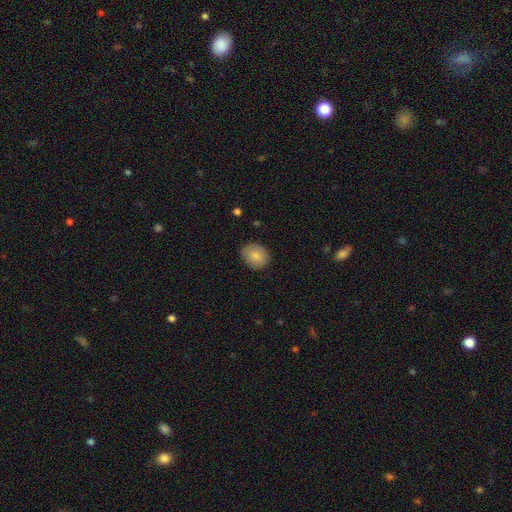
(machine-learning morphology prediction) Smooth or featured?
  - smooth: 83% *
  - featured or disk: 10%
  - star or artifact: 7%
How rounded?
  - round: 57% *
  - in between: 42%
  - cigar-shaped: 1%
Merging?
  - none: 82% *
  - minor disturbance: 15%
  - major disturbance: 3%
  - merger: 1%